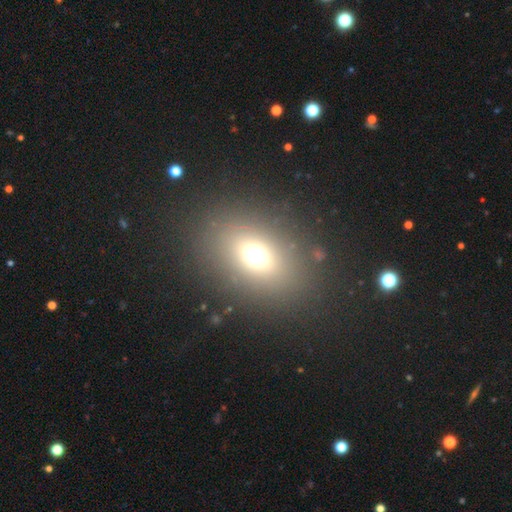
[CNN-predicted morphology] Smooth or featured? Predicted: smooth (p=0.65). How rounded? Predicted: in between (p=0.68). Merging? Predicted: none (p=0.83).